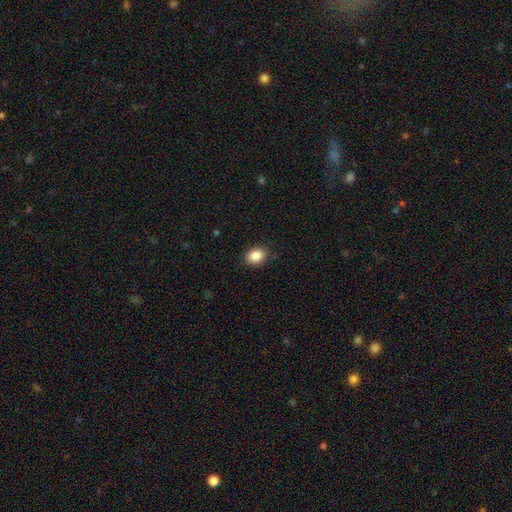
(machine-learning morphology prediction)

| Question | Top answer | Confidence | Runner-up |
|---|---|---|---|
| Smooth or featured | smooth | 87% | star or artifact (9%) |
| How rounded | in between | 66% | round (33%) |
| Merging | none | 85% | minor disturbance (11%) |